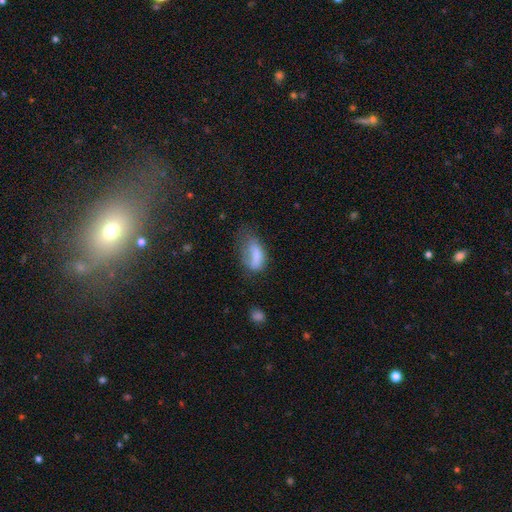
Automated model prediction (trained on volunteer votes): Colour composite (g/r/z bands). It shows a smooth galaxy with no disk features (73%) that is in between round and cigar-shaped (87%). Merging: major disturbance (38%).